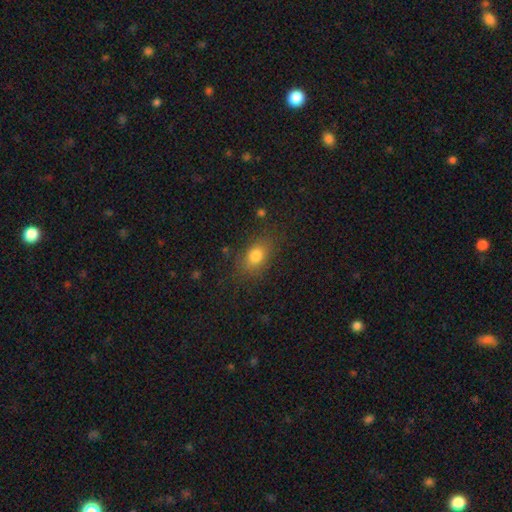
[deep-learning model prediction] smooth_or_featured: smooth (p=0.80) [alt: star or artifact p=0.11]
how_rounded: in between (p=0.77) [alt: round p=0.20]
merging: none (p=0.78) [alt: minor disturbance p=0.15]